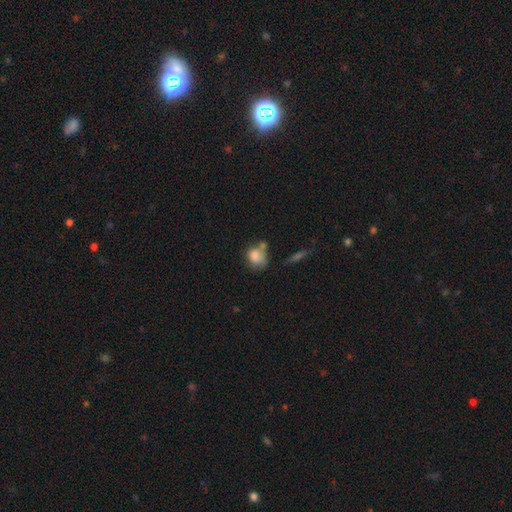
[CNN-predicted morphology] Smooth or featured: smooth — 77% (featured or disk — 14%)
How rounded: in between — 50% (round — 48%)
Merging: none — 37% (minor disturbance — 25%)